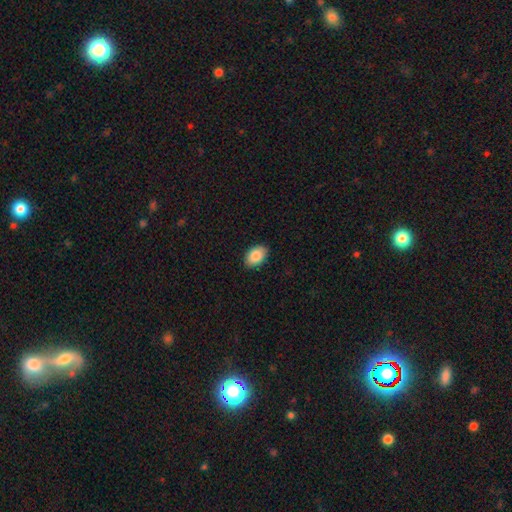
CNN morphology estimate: This is clearly a smooth galaxy (87%). How rounded: clearly in between (90%). Merging: clearly none (89%).